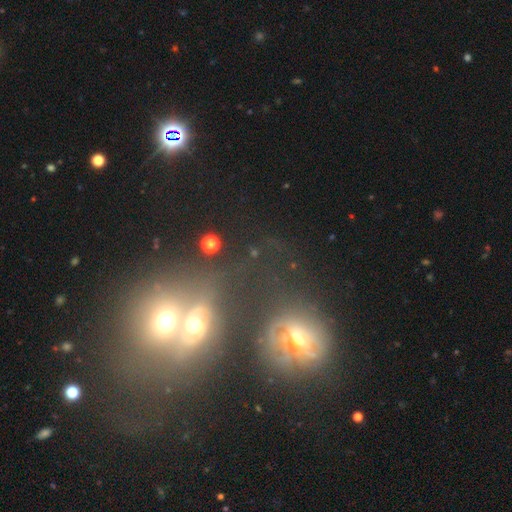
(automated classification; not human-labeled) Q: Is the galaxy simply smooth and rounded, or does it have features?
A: smooth — 40%.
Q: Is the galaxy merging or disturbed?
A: merger — 54%.